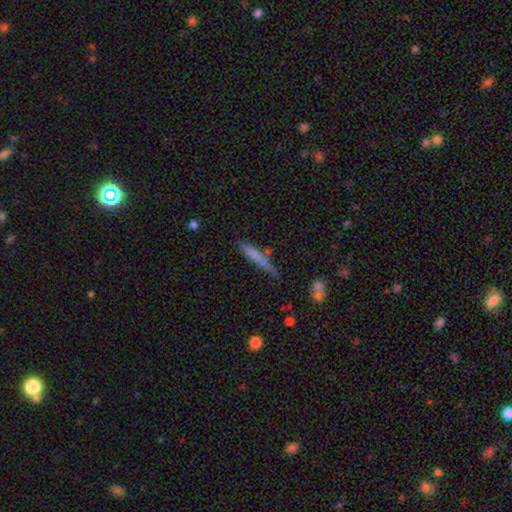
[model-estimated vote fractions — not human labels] A smooth galaxy with no disk features (65%) that is cigar-shaped (92%).

Vote fractions:
- Smooth or featured? smooth: 65% / featured or disk: 27% / star or artifact: 8%
- How rounded? cigar-shaped: 92% / in between: 6% / round: 2%
- Merging? none: 66% / minor disturbance: 20% / merger: 8% / major disturbance: 6%